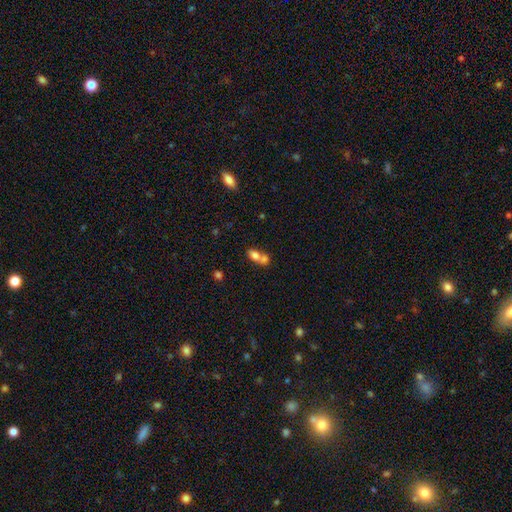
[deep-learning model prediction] Overall: smooth (73%). How rounded: in between (70%). Merging: merger (70%).